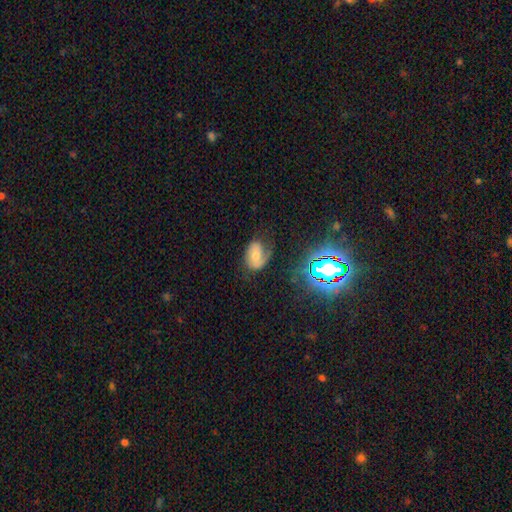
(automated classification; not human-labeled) This is possibly a featured or disk galaxy (50%). Merging: possibly none (50%).